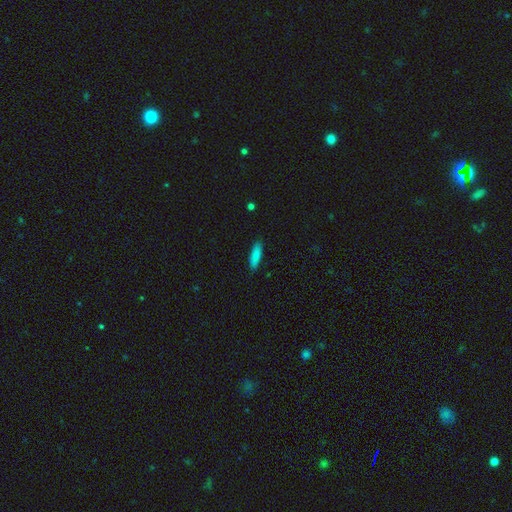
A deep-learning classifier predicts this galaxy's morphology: The model was most divided on "how rounded": cigar-shaped: 67%, in between: 31%, round: 2%. More confident: merging — none (88%); smooth or featured — smooth (85%).